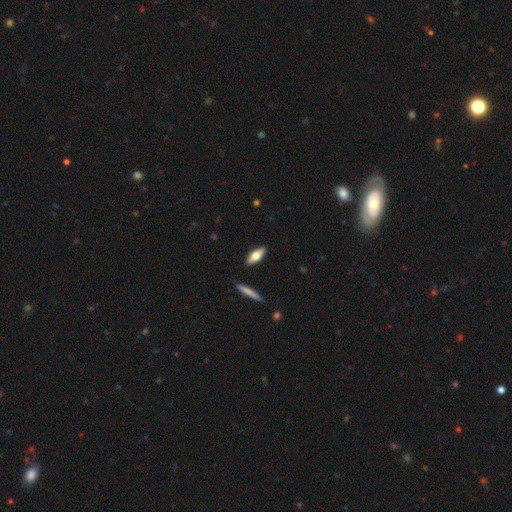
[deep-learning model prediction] This appears to be a smooth galaxy with no disk features (64%) that is in between round and cigar-shaped (62%). Merging: none (89%).